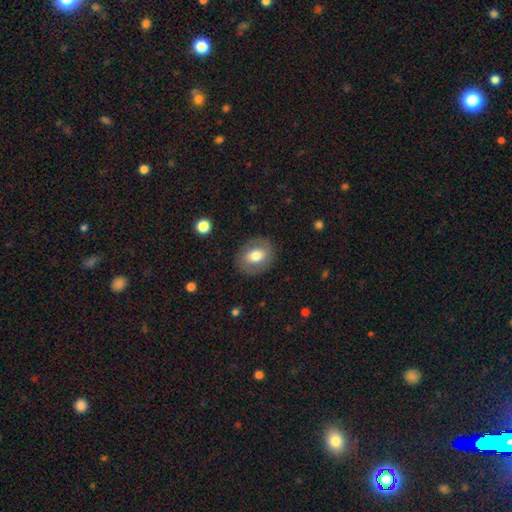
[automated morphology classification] A smooth galaxy with no disk features (67%) that is in between round and cigar-shaped (52%). Merging: none (85%).